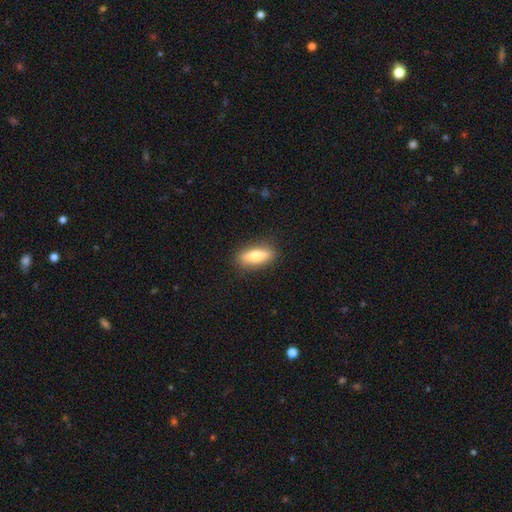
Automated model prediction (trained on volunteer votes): This is likely a smooth galaxy (71%). How rounded: possibly in between (57%). Merging: clearly none (87%).